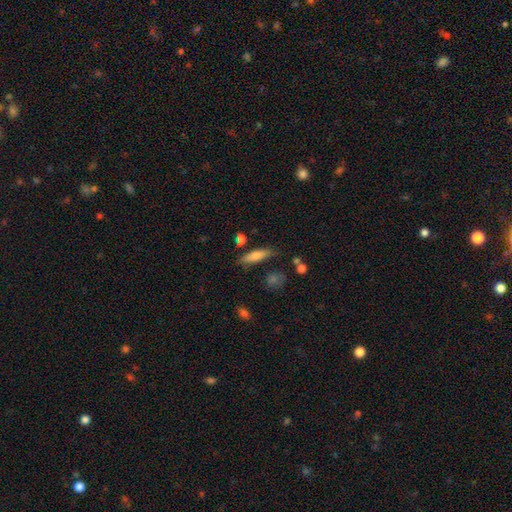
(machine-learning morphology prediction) A smooth galaxy with no disk features (78%) that is cigar-shaped (62%).

Vote fractions:
- Smooth or featured? smooth: 78% / featured or disk: 15% / star or artifact: 7%
- How rounded? cigar-shaped: 62% / in between: 36% / round: 2%
- Merging? none: 75% / minor disturbance: 15% / merger: 5% / major disturbance: 4%